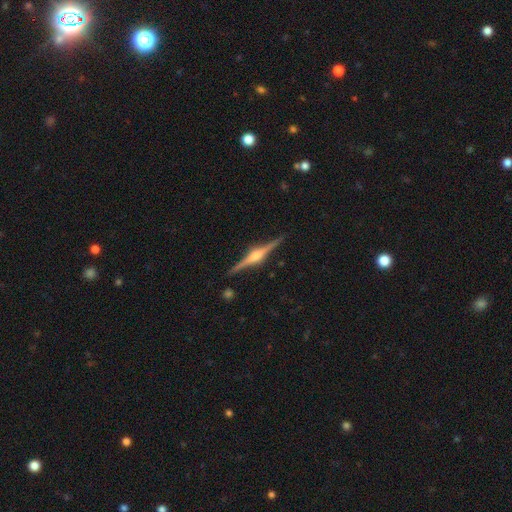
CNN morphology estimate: smooth-or-featured: featured or disk: 89% | smooth: 6% | star or artifact: 5%
  disk-edge-on: yes: 99% | no: 1%
    edge-on-bulge: rounded: 89% | boxy: 9% | none: 3%
  merging: none: 91% | minor disturbance: 6% | major disturbance: 1% | merger: 1%